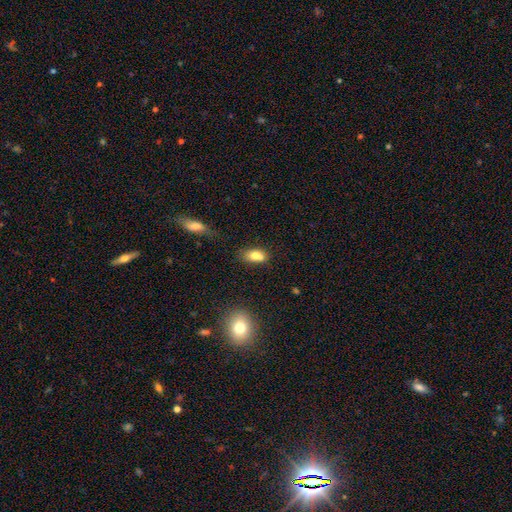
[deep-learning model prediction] This is likely a smooth galaxy (76%). How rounded: clearly in between (82%). Merging: marginally none (45%).